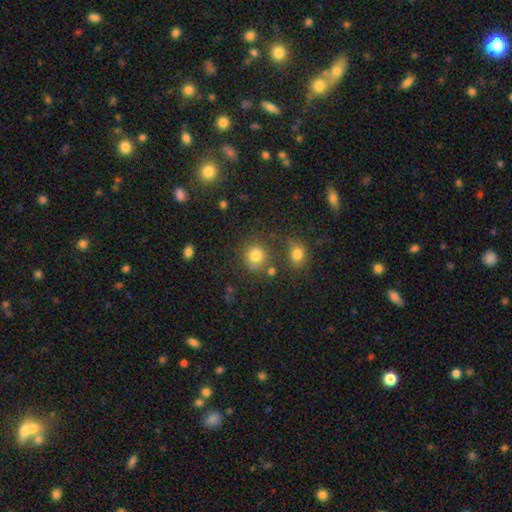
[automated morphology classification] This appears to be a smooth galaxy with no disk features (80%) that is round (82%). Merging: none (68%).